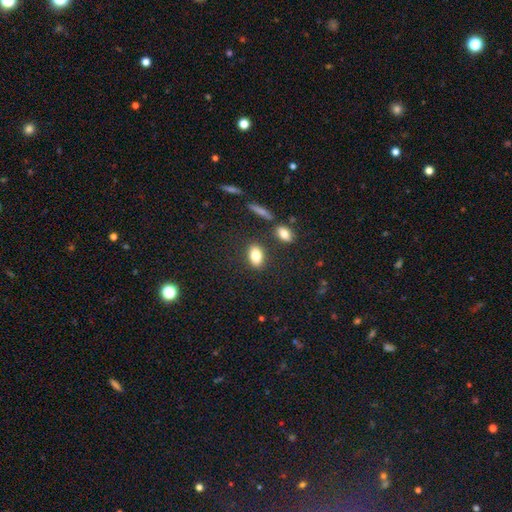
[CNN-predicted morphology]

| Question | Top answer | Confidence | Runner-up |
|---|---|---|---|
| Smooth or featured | smooth | 82% | featured or disk (10%) |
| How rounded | in between | 85% | round (11%) |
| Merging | none | 81% | minor disturbance (10%) |